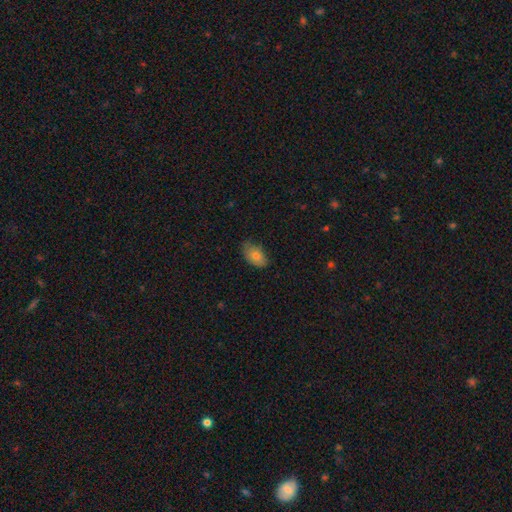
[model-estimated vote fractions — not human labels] Smooth or featured? Predicted: smooth (p=0.77). How rounded? Predicted: in between (p=0.91). Merging? Predicted: none (p=0.69).